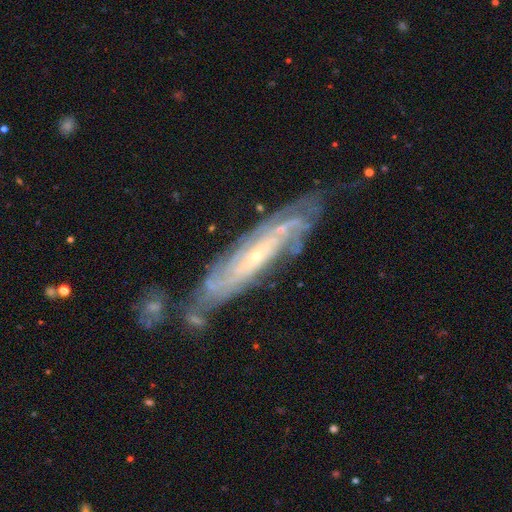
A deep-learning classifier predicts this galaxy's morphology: Smooth or featured? Predicted: featured or disk (p=0.83). Edge-on disk? Predicted: no (p=0.73). Bar? Predicted: no (p=0.59). Spiral arms? Predicted: yes (p=0.94). Spiral winding? Predicted: tight (p=0.70). Spiral arm count? Predicted: can't tell (p=0.47). Bulge size? Predicted: small (p=0.80). Merging? Predicted: none (p=0.64).